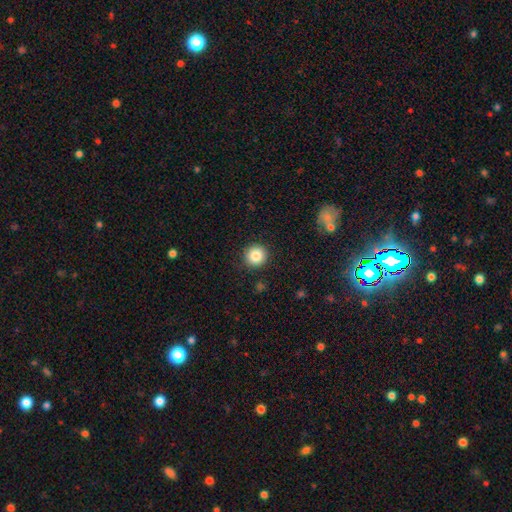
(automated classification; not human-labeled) A smooth galaxy with no disk features (85%) that is round (94%). Merging: none (91%).